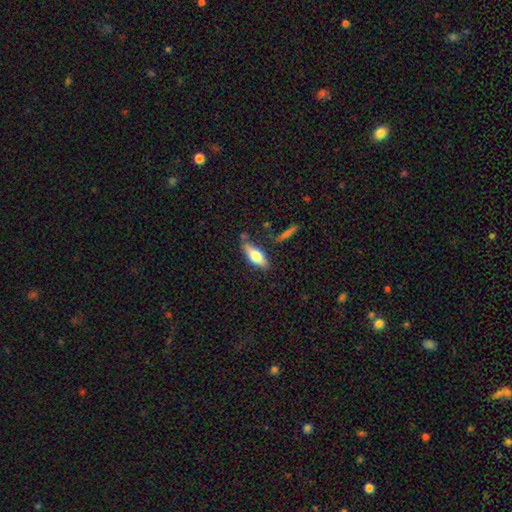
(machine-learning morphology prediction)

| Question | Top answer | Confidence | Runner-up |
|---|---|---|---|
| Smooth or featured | smooth | 65% | featured or disk (28%) |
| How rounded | in between | 69% | cigar-shaped (28%) |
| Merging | none | 72% | minor disturbance (18%) |